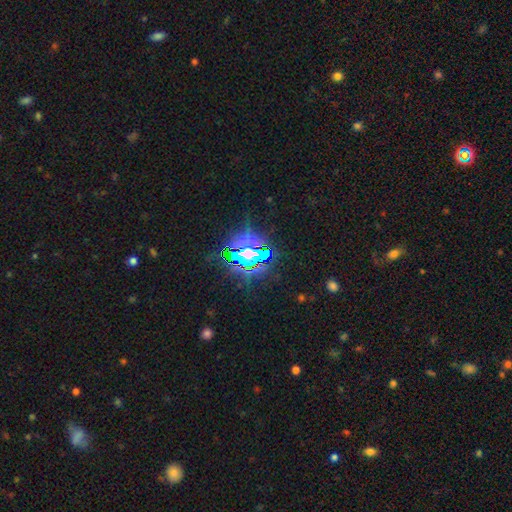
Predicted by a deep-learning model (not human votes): Smooth or featured? Predicted: star or artifact (p=0.73).